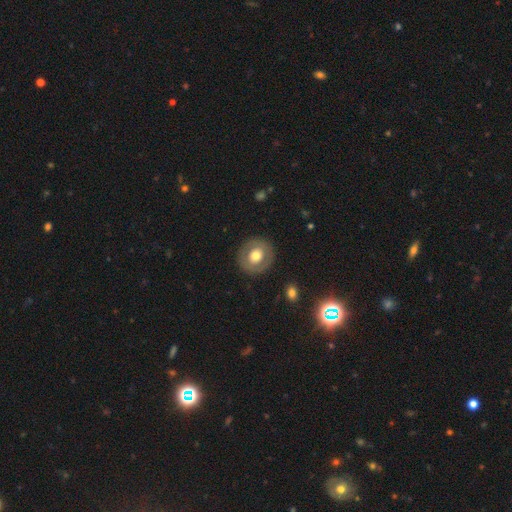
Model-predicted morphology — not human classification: Overall: smooth (57%; featured or disk 36%). How rounded: round (86%). Merging: none (87%).